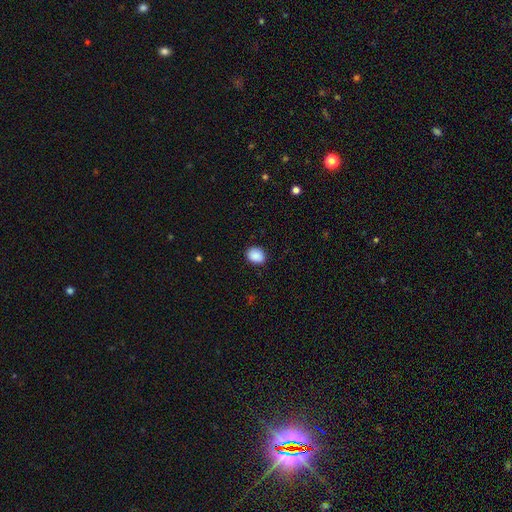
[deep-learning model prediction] A smooth galaxy with no disk features (89%) that is round (50%). Merging: none (87%).